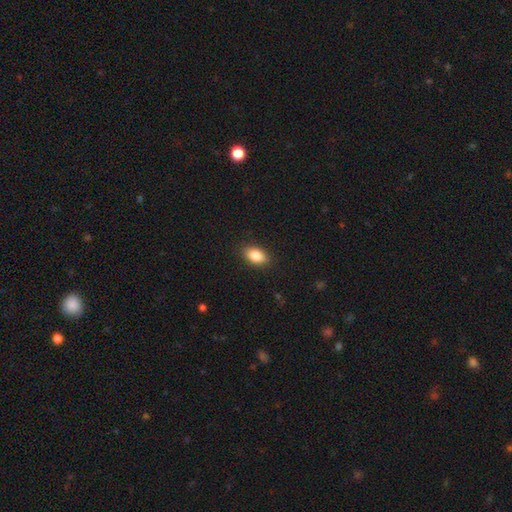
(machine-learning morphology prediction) smooth 86%, star or artifact 8%, featured or disk 6%. Down the decision tree: how rounded — in between (89%); merging — none (88%).